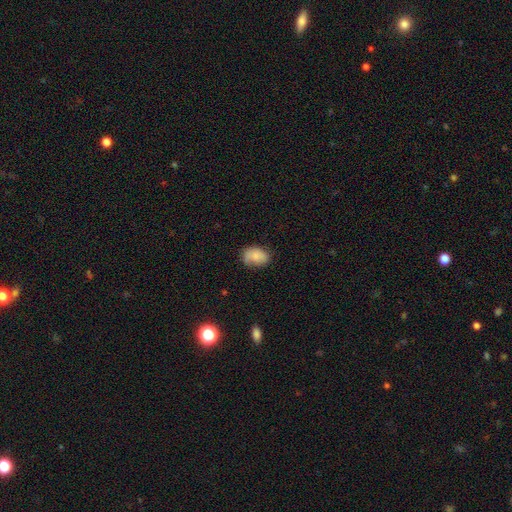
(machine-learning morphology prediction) This is likely a smooth galaxy (74%). How rounded: likely in between (78%). Merging: possibly none (57%).